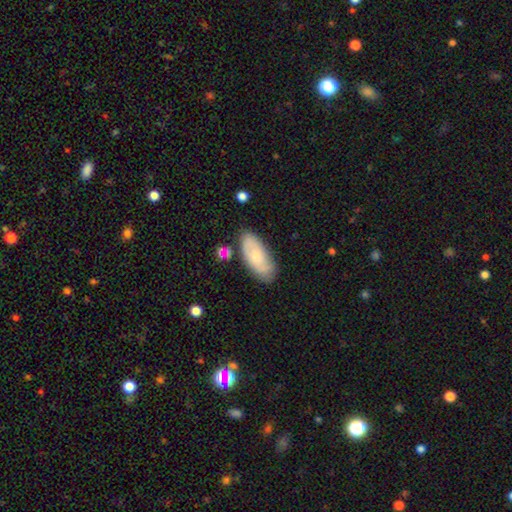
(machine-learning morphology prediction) A smooth galaxy with no disk features (60%) that is in between round and cigar-shaped (87%).

Vote fractions:
- Smooth or featured? smooth: 60% / featured or disk: 33% / star or artifact: 6%
- How rounded? in between: 87% / cigar-shaped: 11% / round: 2%
- Merging? none: 71% / minor disturbance: 20% / merger: 5% / major disturbance: 5%